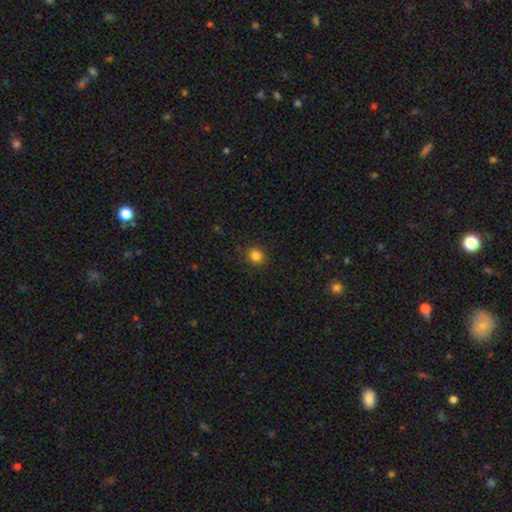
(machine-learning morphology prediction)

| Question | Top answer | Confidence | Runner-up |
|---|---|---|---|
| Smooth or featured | smooth | 84% | star or artifact (12%) |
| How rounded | round | 87% | in between (12%) |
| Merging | none | 89% | minor disturbance (7%) |